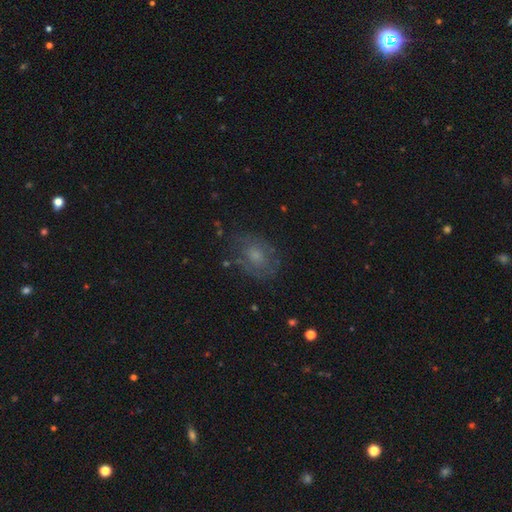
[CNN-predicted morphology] type=featured or disk (43%, tied with smooth); merging=none (68%).